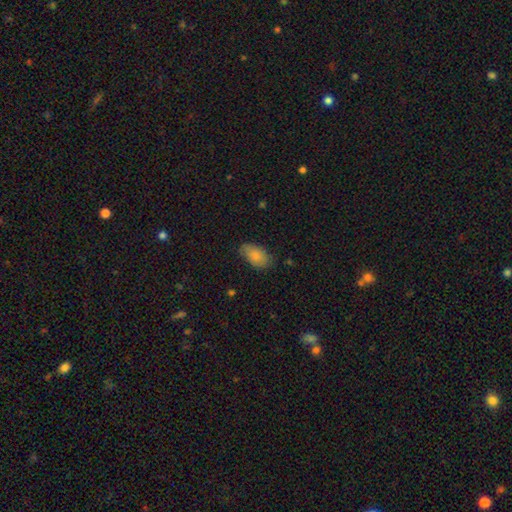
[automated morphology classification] A smooth galaxy with no disk features (84%) that is in between round and cigar-shaped (93%).

Vote fractions:
- Smooth or featured? smooth: 84% / featured or disk: 10% / star or artifact: 7%
- How rounded? in between: 93% / round: 5% / cigar-shaped: 2%
- Merging? none: 69% / minor disturbance: 25% / major disturbance: 5% / merger: 1%